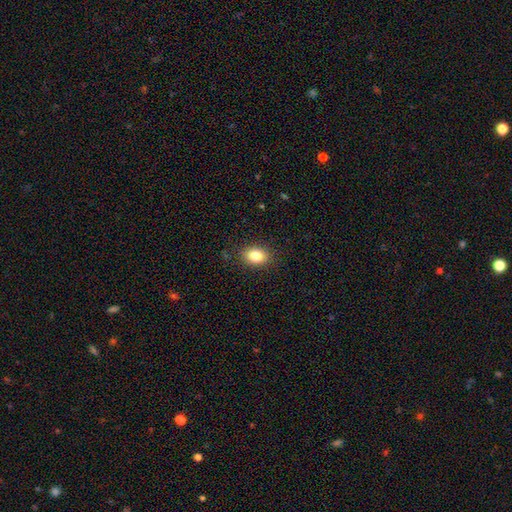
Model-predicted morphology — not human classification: This appears to be a smooth galaxy with no disk features (84%) that is in between round and cigar-shaped (75%). Merging: none (88%).